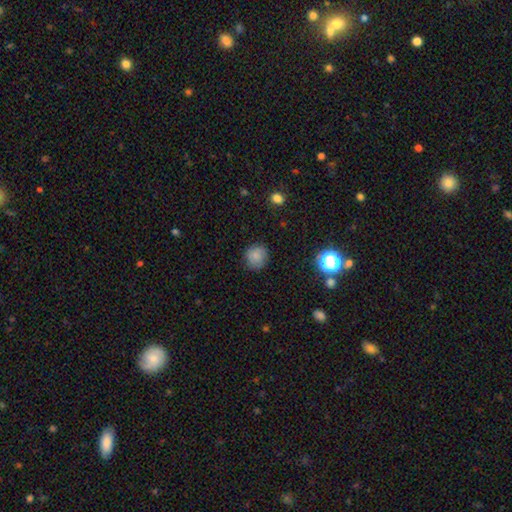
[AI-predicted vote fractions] smooth-or-featured: smooth: 81% | star or artifact: 12% | featured or disk: 7%
  how-rounded: round: 87% | in between: 12% | cigar-shaped: 1%
  merging: none: 85% | minor disturbance: 11% | major disturbance: 3% | merger: 1%